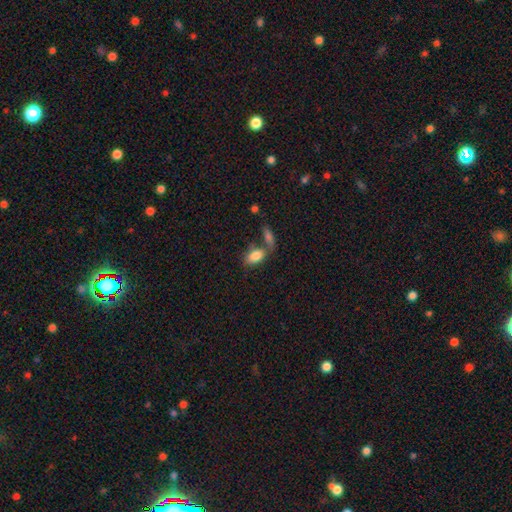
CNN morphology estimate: Q: Smooth or featured?
A: smooth (82%); runner-up: featured or disk (10%)
Q: How rounded?
A: in between (90%); runner-up: round (6%)
Q: Merging?
A: none (47%); runner-up: merger (35%)